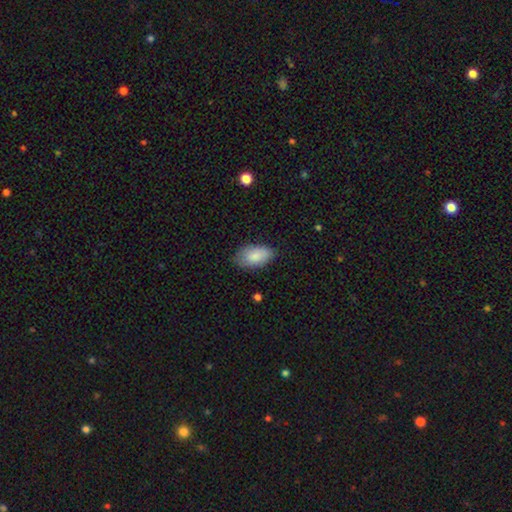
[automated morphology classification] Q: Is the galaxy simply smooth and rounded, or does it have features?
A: smooth — 85%.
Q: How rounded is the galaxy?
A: in between — 94%.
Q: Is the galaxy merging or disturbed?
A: none — 75%.